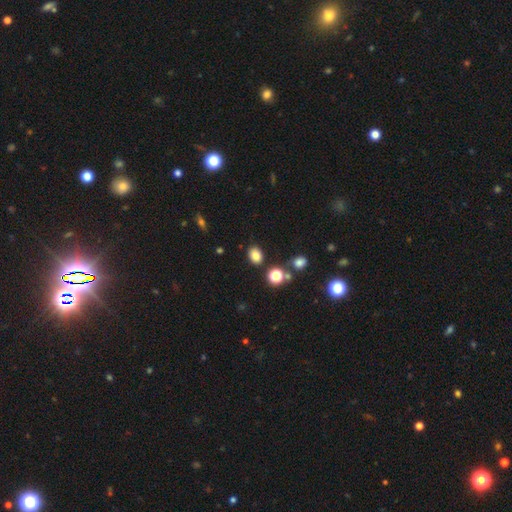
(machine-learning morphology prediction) A smooth galaxy with no disk features (81%) that is in between round and cigar-shaped (59%). Merging: none (82%).